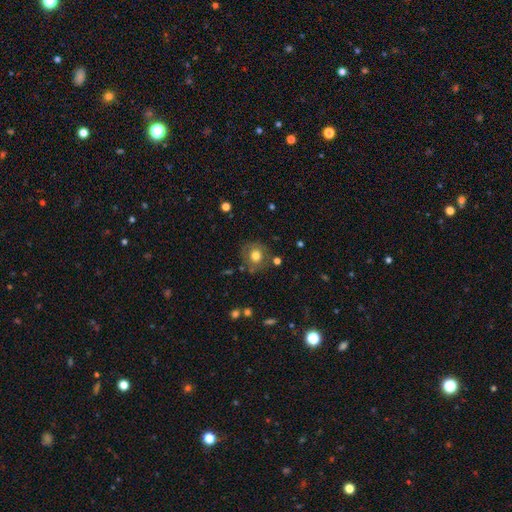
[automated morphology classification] Overall: smooth (67%). How rounded: round (88%). Merging: none (76%).